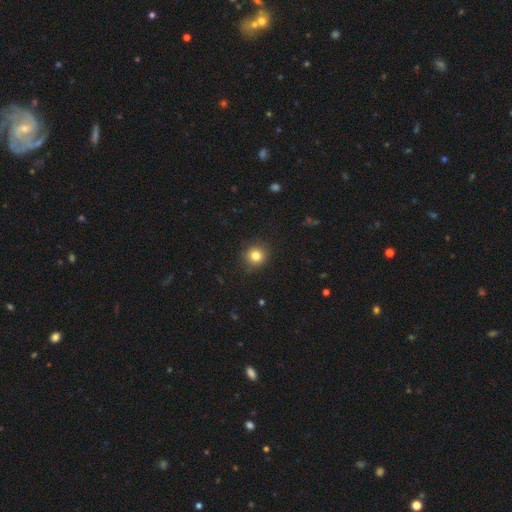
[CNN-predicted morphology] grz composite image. It shows a smooth galaxy with no disk features (82%) that is round (92%). Merging: none (88%).